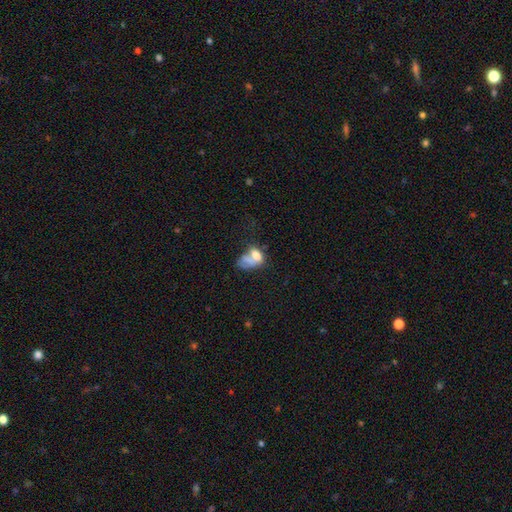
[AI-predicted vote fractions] smooth 60%, featured or disk 26%, star or artifact 14%. Down the decision tree: how rounded — in between (79%); merging — merger (32%).